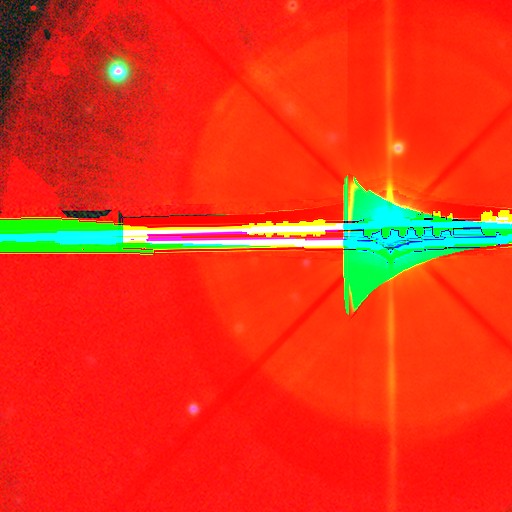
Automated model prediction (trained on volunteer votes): A star or artifact, not a galaxy (90%).

Vote fractions:
- Smooth or featured? star or artifact: 90% / featured or disk: 6% / smooth: 5%